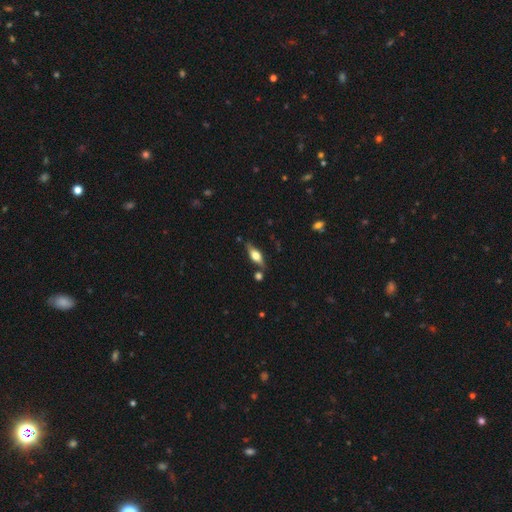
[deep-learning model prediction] The model was most divided on "smooth or featured" (2-way tie): featured or disk: 47%, smooth: 47%, star or artifact: 7%. More confident: merging — none (75%).